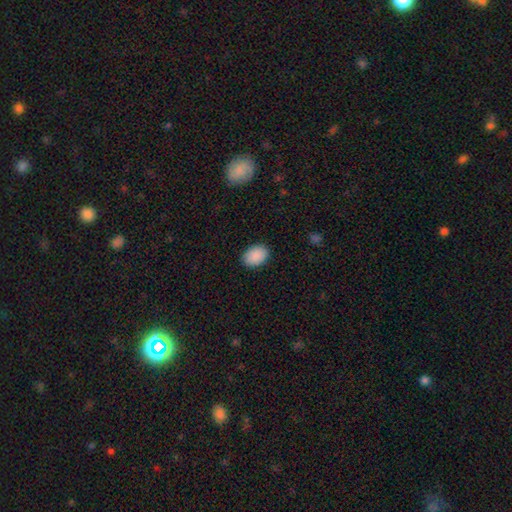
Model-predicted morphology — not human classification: Smooth or featured? smooth (90%)
How rounded? in between (81%)
Merging? none (88%)